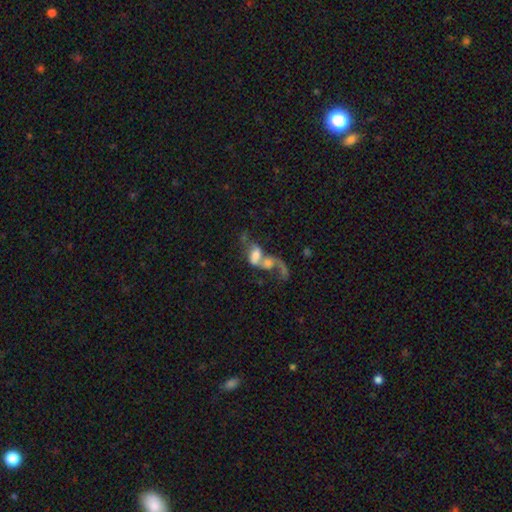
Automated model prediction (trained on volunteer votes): smooth_or_featured: featured or disk (p=0.46) [alt: smooth p=0.44]
merging: merger (p=0.73) [alt: major disturbance p=0.15]